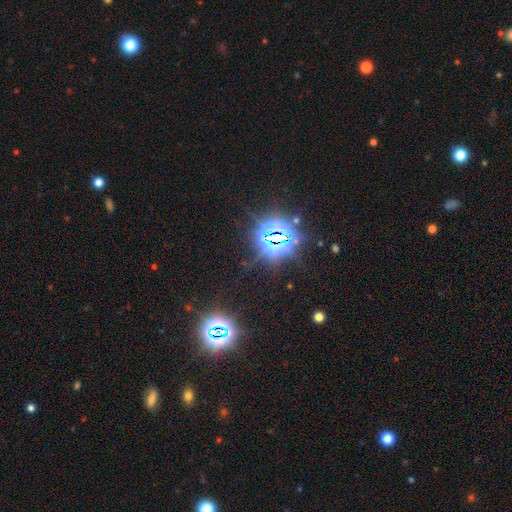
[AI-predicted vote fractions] This appears to be a star or artifact, not a galaxy (84%).